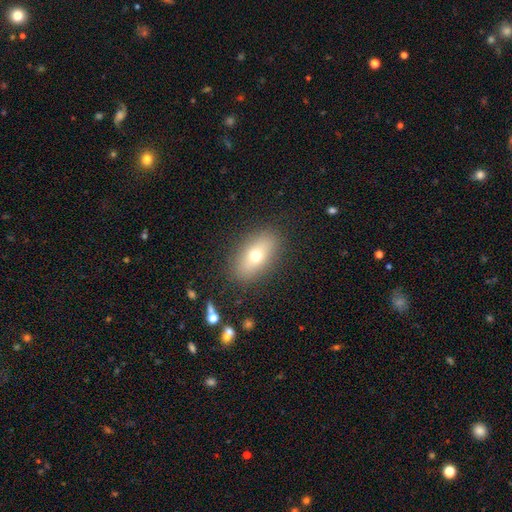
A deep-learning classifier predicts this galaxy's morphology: smooth 67%, featured or disk 23%, star or artifact 10%. Down the decision tree: how rounded — in between (84%); merging — none (86%).